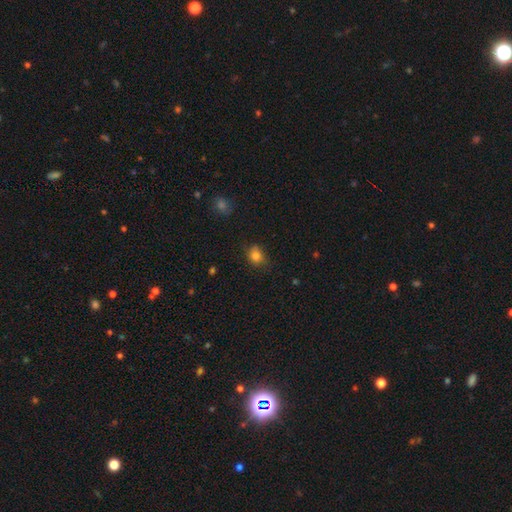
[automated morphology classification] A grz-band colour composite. It shows a smooth galaxy with no disk features (82%) that is round (61%). Merging: none (68%).